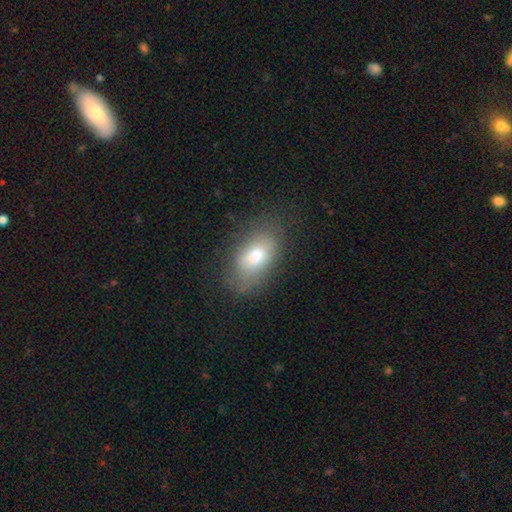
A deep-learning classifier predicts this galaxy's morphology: This is likely a smooth galaxy (74%). How rounded: clearly in between (90%). Merging: likely none (71%).